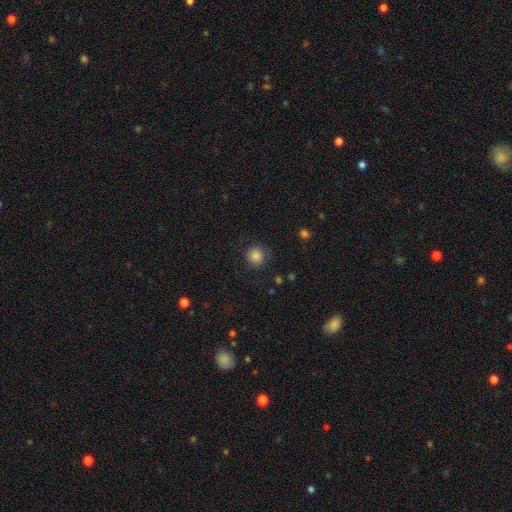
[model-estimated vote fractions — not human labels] smooth_or_featured: smooth (p=0.86) [alt: star or artifact p=0.10]
how_rounded: round (p=0.92) [alt: in between p=0.07]
merging: none (p=0.86) [alt: minor disturbance p=0.09]